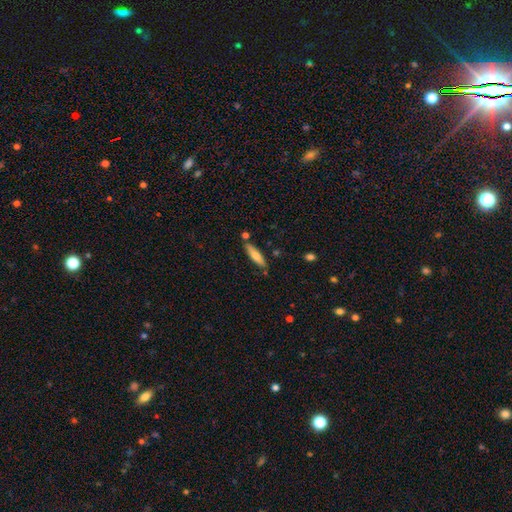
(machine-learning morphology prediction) Smooth or featured?
  - smooth: 68% *
  - featured or disk: 25%
  - star or artifact: 6%
How rounded?
  - cigar-shaped: 71% *
  - in between: 28%
  - round: 2%
Merging?
  - none: 79% *
  - minor disturbance: 13%
  - merger: 5%
  - major disturbance: 2%